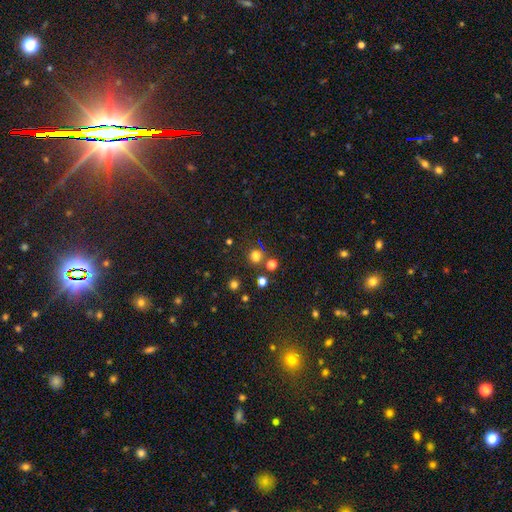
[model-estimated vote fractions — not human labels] smooth 66%, star or artifact 28%, featured or disk 6%. Down the decision tree: how rounded — round (84%); merging — none (75%).